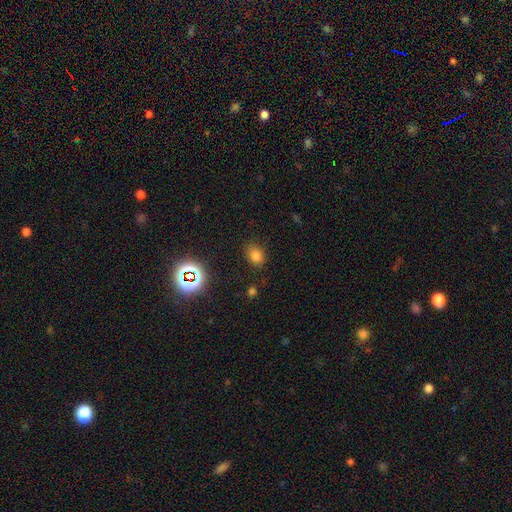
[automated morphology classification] Q: Smooth or featured?
A: smooth (75%); runner-up: star or artifact (18%)
Q: How rounded?
A: in between (57%); runner-up: round (42%)
Q: Merging?
A: none (81%); runner-up: minor disturbance (13%)